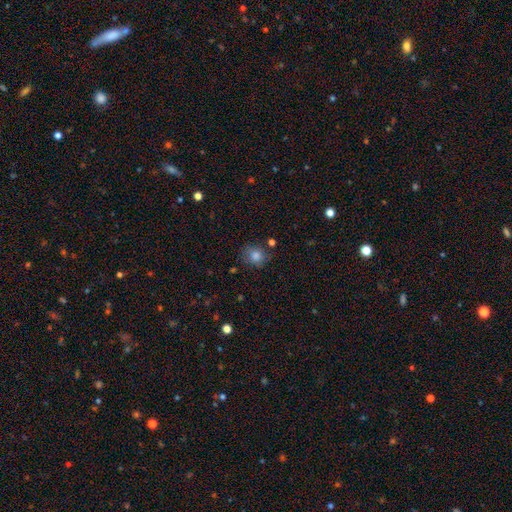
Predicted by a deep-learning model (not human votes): This appears to be a smooth galaxy with no disk features (82%) that is round (69%). Merging: none (74%).